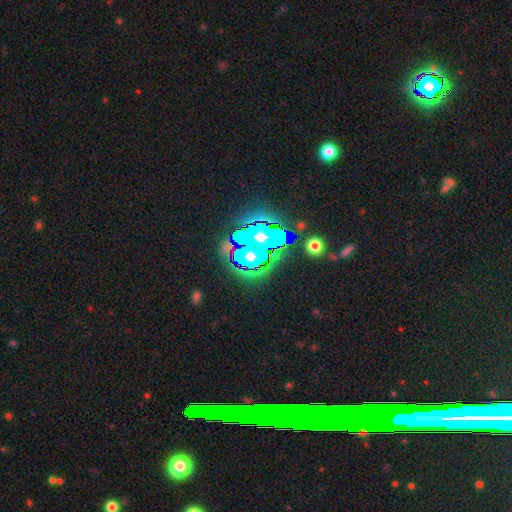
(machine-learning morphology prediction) smooth_or_featured: star or artifact (p=0.55) [alt: featured or disk p=0.26]